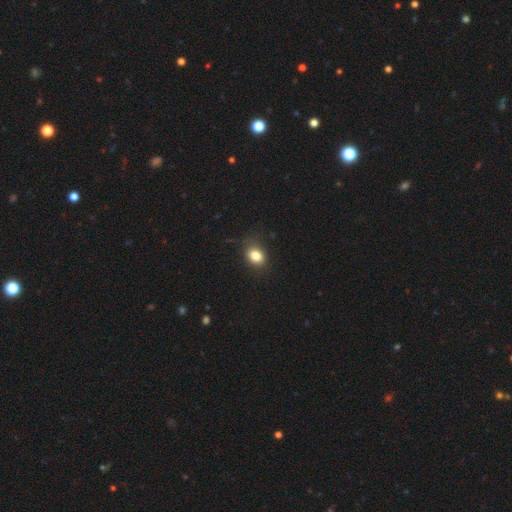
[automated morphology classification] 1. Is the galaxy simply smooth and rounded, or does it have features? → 83% smooth, 10% star or artifact, 6% featured or disk.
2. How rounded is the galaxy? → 58% in between, 40% round, 1% cigar-shaped.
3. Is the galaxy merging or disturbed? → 80% none, 15% minor disturbance, 4% major disturbance, 1% merger.